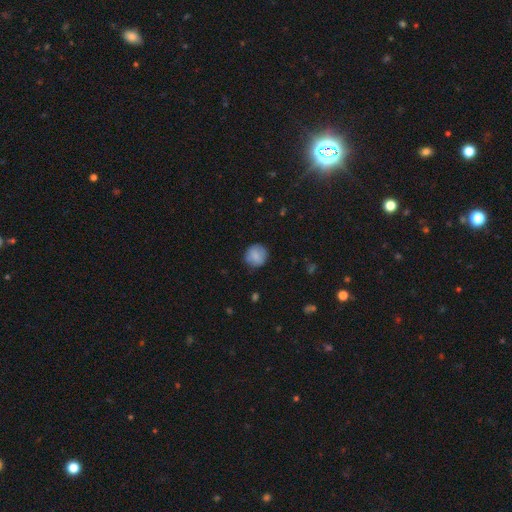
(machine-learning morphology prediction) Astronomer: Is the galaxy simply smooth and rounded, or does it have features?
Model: smooth — 81%.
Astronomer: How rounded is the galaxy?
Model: round — 90%.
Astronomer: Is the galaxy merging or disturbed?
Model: none — 81%.